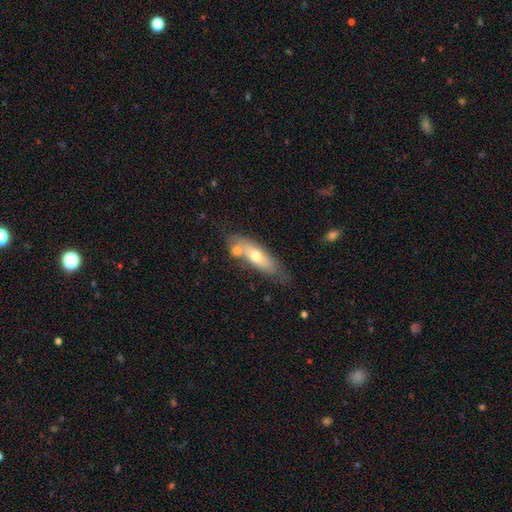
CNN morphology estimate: Smooth or featured? Predicted: smooth (p=0.51). How rounded? Predicted: in between (p=0.53). Merging? Predicted: none (p=0.53).